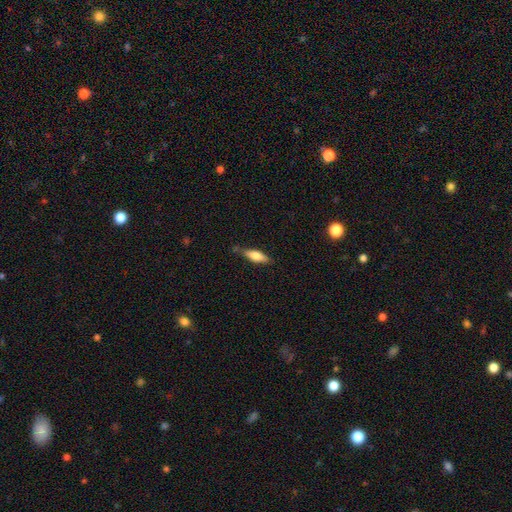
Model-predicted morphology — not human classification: Smooth or featured: smooth — 65% (featured or disk — 29%)
How rounded: in between — 50% (cigar-shaped — 48%)
Merging: none — 71% (minor disturbance — 21%)